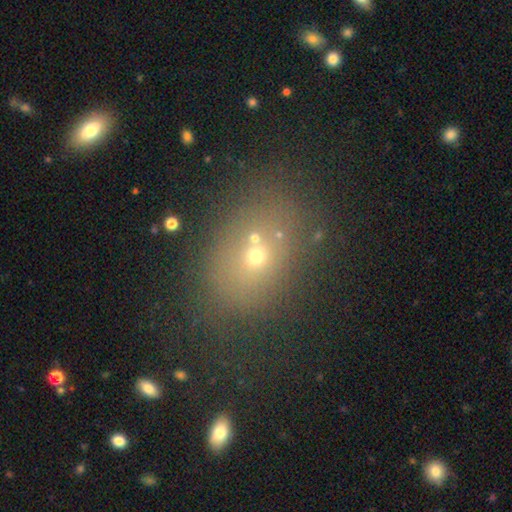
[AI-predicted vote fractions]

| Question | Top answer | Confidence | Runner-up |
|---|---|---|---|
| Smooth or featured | smooth | 54% | star or artifact (25%) |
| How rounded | in between | 57% | round (42%) |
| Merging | none | 57% | merger (24%) |